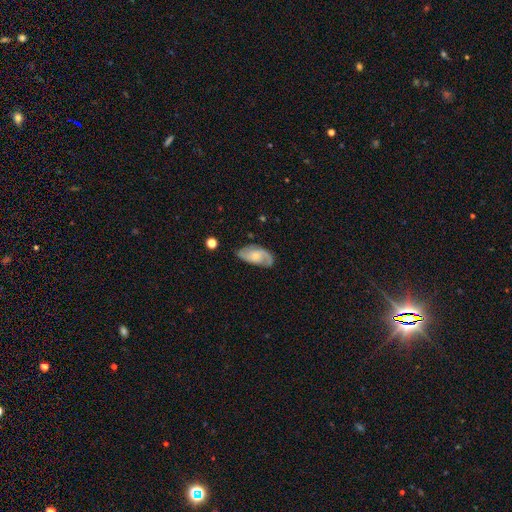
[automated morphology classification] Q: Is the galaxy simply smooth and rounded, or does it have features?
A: featured or disk — 69%.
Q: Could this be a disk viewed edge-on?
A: no — 95%.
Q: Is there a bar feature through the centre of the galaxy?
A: no — 66%.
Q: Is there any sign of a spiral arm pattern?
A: yes — 92%.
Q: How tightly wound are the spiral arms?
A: medium — 45%.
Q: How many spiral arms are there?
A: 2 — 79%.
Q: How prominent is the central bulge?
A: small — 56%.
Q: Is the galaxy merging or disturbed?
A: none — 73%.